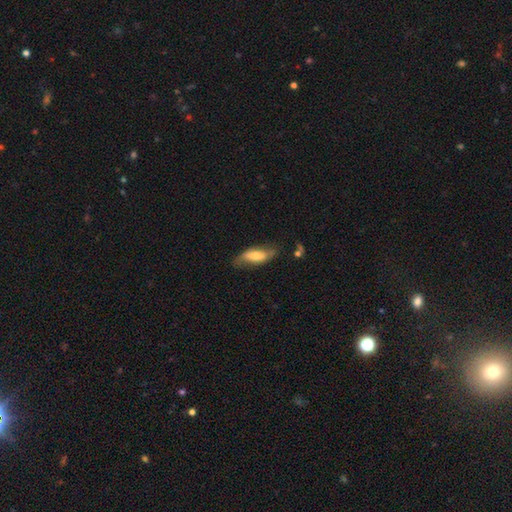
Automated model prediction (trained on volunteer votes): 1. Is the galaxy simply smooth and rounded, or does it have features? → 58% smooth, 36% featured or disk, 6% star or artifact.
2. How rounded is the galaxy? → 70% in between, 28% cigar-shaped, 2% round.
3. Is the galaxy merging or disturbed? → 61% none, 27% minor disturbance, 9% major disturbance, 3% merger.